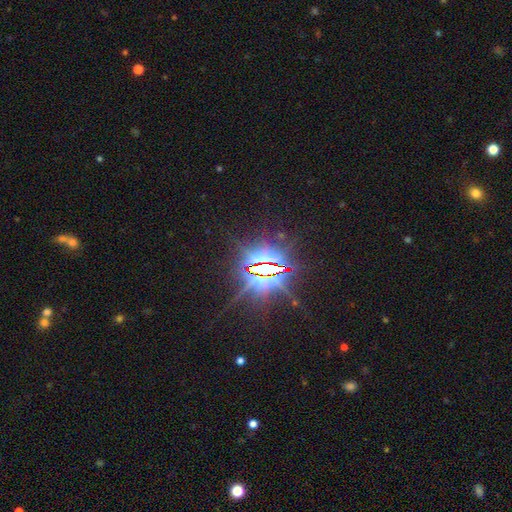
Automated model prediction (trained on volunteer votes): Smooth or featured?
  - star or artifact: 85% *
  - featured or disk: 9%
  - smooth: 5%